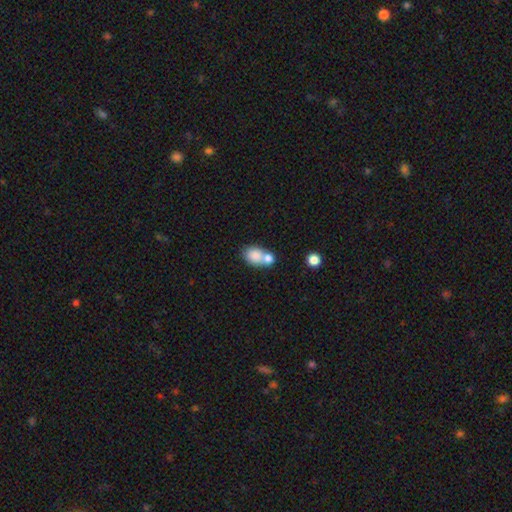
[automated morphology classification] This appears to be a smooth galaxy with no disk features (81%) that is in between round and cigar-shaped (69%). Merging: merger (53%).